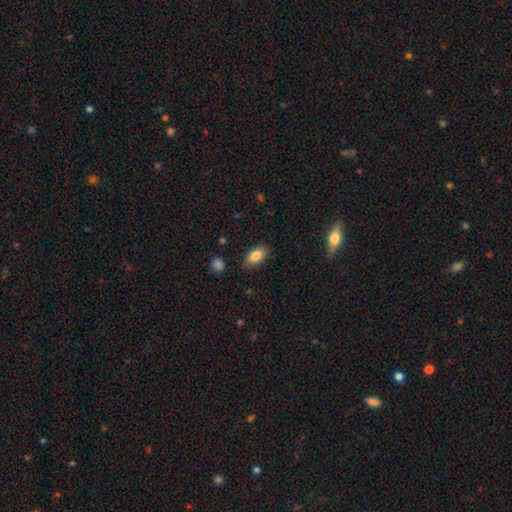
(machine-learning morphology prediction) Smooth or featured?
  - smooth: 83% *
  - featured or disk: 10%
  - star or artifact: 8%
How rounded?
  - in between: 89% *
  - cigar-shaped: 7%
  - round: 4%
Merging?
  - none: 84% *
  - minor disturbance: 12%
  - major disturbance: 3%
  - merger: 1%